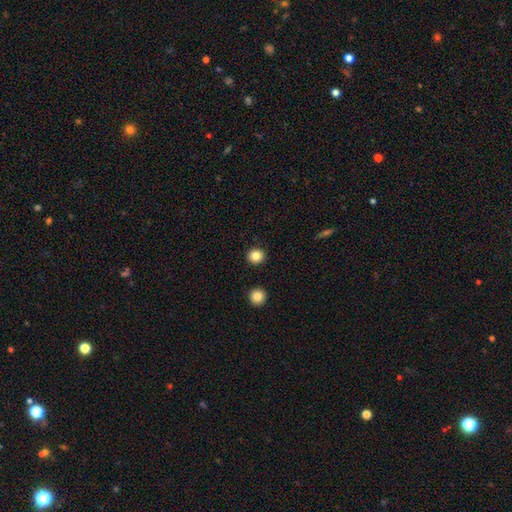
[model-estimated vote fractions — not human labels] smooth-or-featured: smooth: 84% | star or artifact: 11% | featured or disk: 5%
  how-rounded: round: 90% | in between: 9% | cigar-shaped: 1%
  merging: none: 92% | minor disturbance: 5% | merger: 2% | major disturbance: 2%